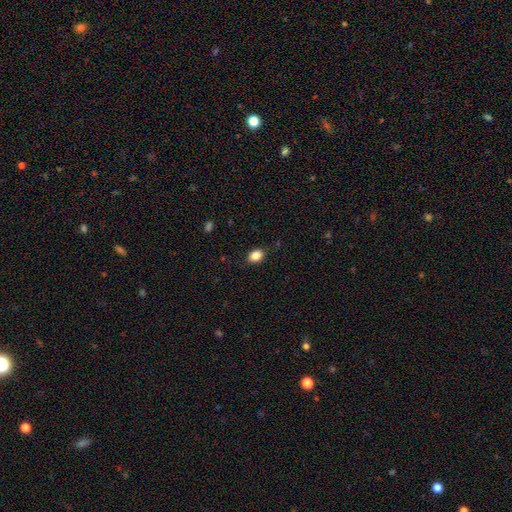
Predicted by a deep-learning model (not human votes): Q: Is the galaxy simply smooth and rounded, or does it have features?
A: smooth — 86%.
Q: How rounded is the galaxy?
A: in between — 68%.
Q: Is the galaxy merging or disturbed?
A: none — 85%.